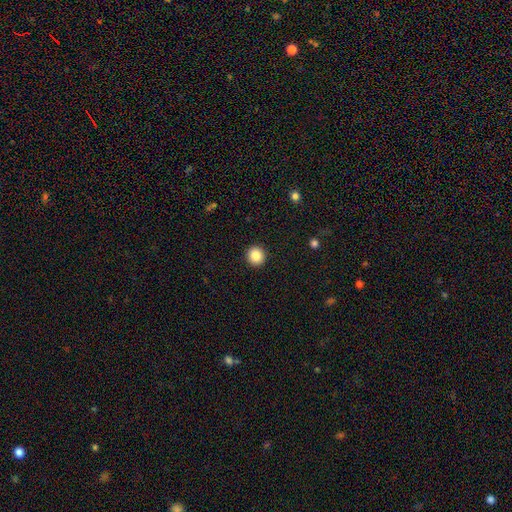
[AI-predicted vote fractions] A smooth galaxy with no disk features (87%) that is round (93%). Merging: none (93%).